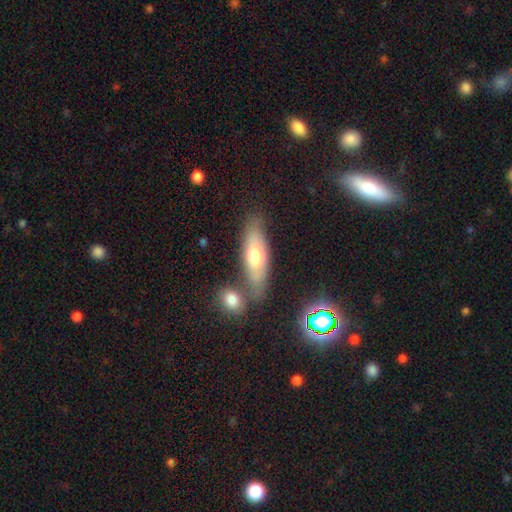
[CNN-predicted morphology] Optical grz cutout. It shows a smooth galaxy with no disk features (65%) that is in between round and cigar-shaped (61%). Merging: none (61%).